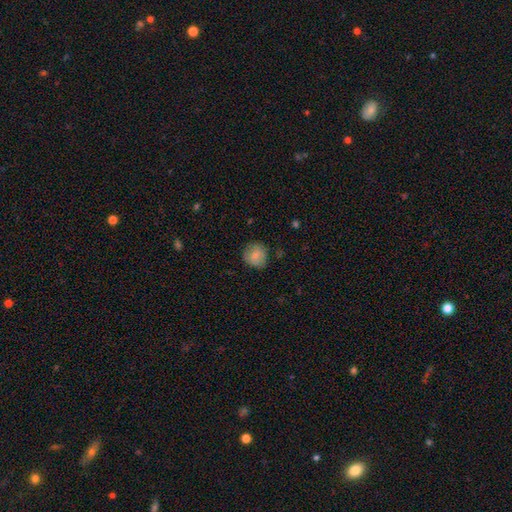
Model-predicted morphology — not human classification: Overall: smooth (81%). How rounded: round (87%). Merging: none (80%).